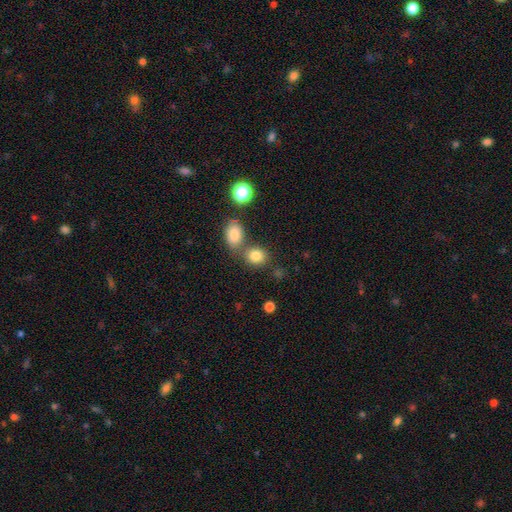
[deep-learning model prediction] Morphology: type=smooth (81%); roundness=round (63%); merging=none (57%).